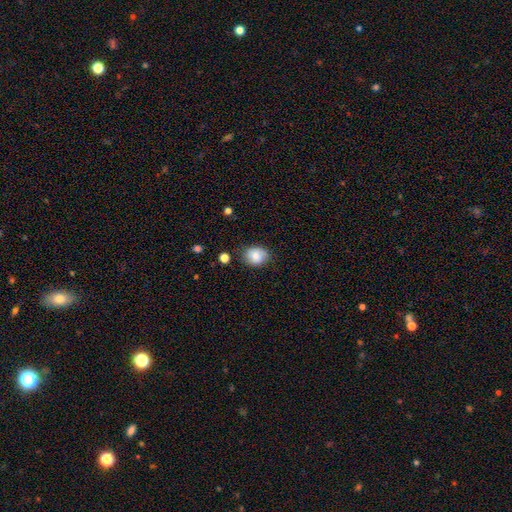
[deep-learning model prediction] smooth-or-featured: smooth: 77% | featured or disk: 14% | star or artifact: 9%
  how-rounded: round: 58% | in between: 41% | cigar-shaped: 1%
  merging: none: 76% | minor disturbance: 18% | major disturbance: 4% | merger: 2%